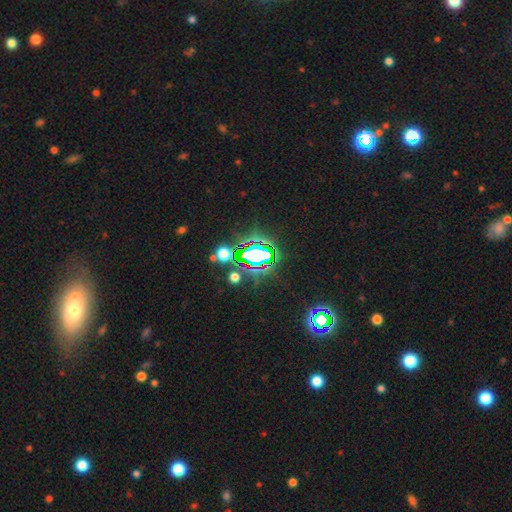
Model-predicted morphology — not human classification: type=star or artifact (68%).